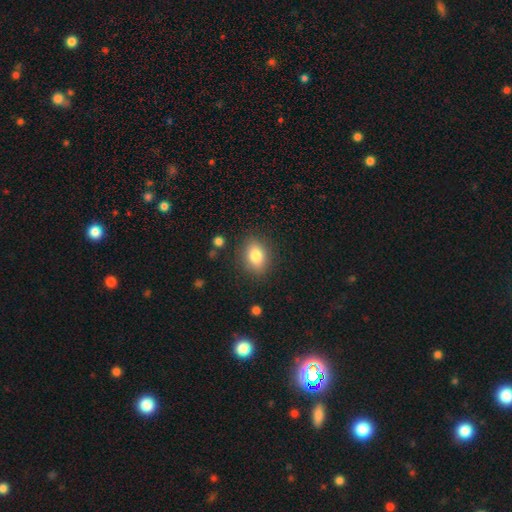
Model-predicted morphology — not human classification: This appears to be a smooth galaxy with no disk features (81%) that is in between round and cigar-shaped (72%). Merging: none (85%).